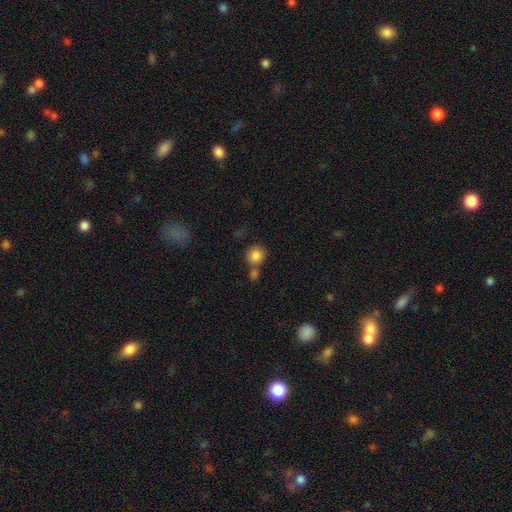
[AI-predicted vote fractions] Smooth or featured: smooth — 85% (star or artifact — 9%)
How rounded: round — 88% (in between — 11%)
Merging: none — 60% (merger — 26%)